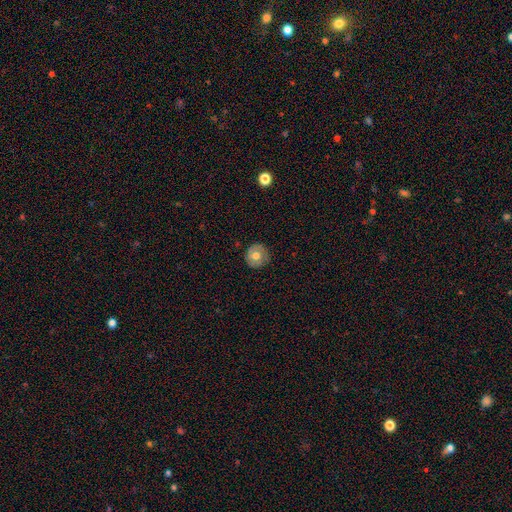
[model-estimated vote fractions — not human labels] Morphology: type=smooth (64%); roundness=round (92%); merging=none (85%).